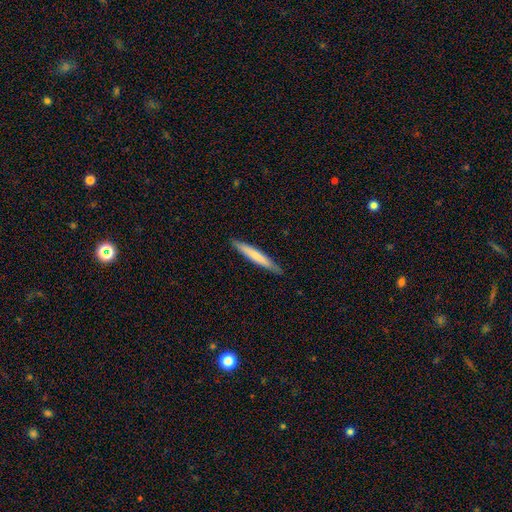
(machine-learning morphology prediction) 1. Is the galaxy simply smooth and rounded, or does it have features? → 67% smooth, 28% featured or disk, 5% star or artifact.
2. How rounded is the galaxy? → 95% cigar-shaped, 4% in between, 1% round.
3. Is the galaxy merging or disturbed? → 90% none, 8% minor disturbance, 1% major disturbance, 1% merger.